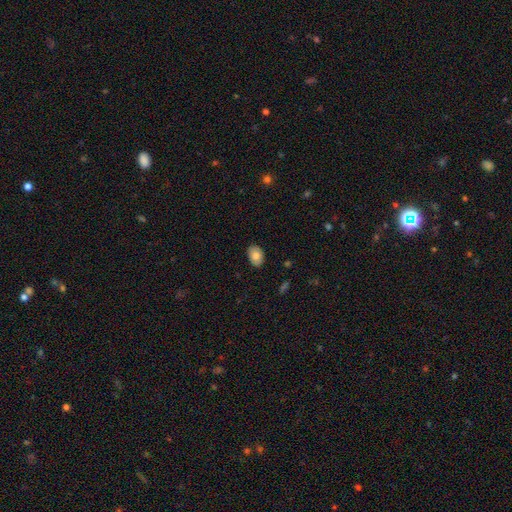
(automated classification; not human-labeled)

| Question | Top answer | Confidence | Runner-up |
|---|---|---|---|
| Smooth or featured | smooth | 76% | featured or disk (17%) |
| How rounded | in between | 82% | round (16%) |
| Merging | none | 86% | minor disturbance (11%) |